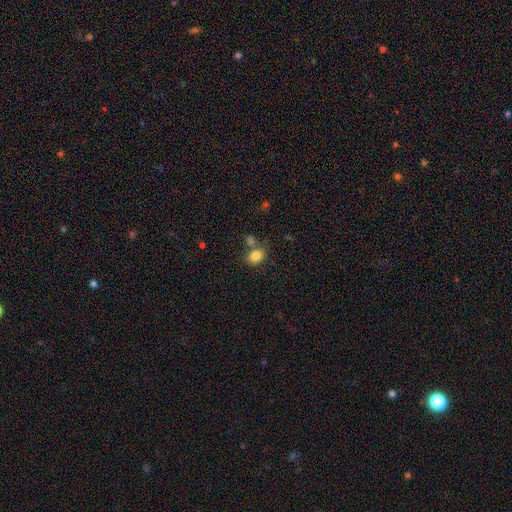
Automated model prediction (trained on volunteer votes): Overall: smooth (83%). How rounded: in between (61%; round 38%). Merging: none (61%; merger 21%).